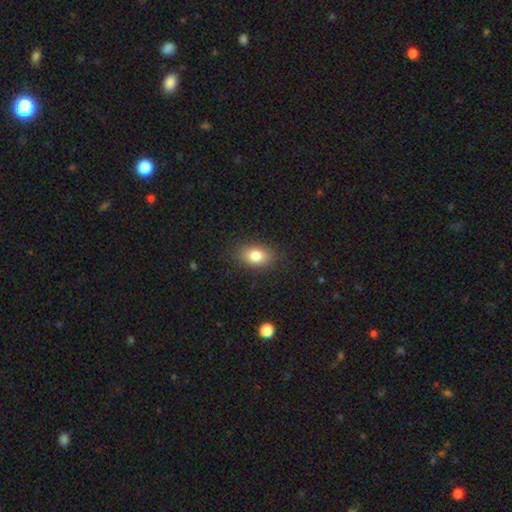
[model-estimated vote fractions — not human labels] Overall: smooth (81%). How rounded: in between (81%). Merging: none (86%).